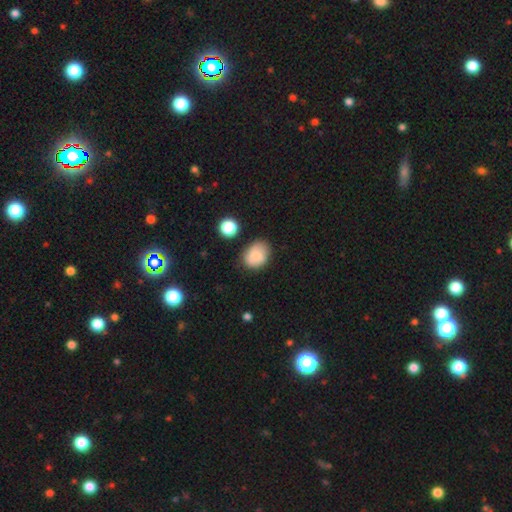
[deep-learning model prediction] A smooth galaxy with no disk features (84%) that is in between round and cigar-shaped (62%). Merging: none (72%).